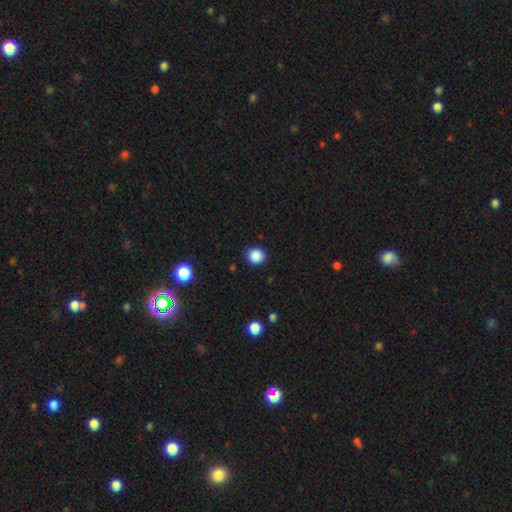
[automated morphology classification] smooth-or-featured: smooth: 87% | star or artifact: 10% | featured or disk: 3%
  how-rounded: round: 86% | in between: 13% | cigar-shaped: 1%
  merging: none: 90% | minor disturbance: 7% | major disturbance: 2% | merger: 1%